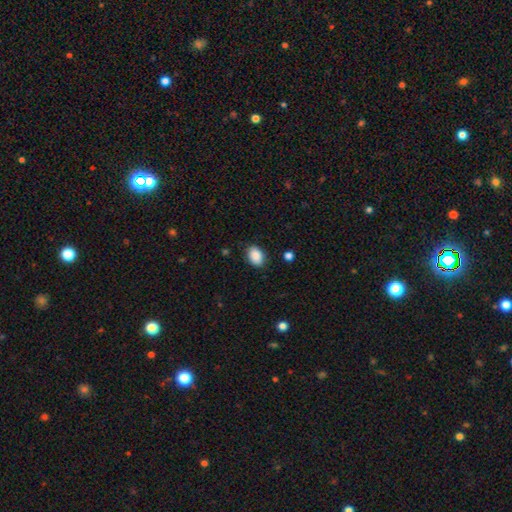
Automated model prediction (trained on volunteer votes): Overall: smooth (89%). How rounded: in between (84%). Merging: none (86%).